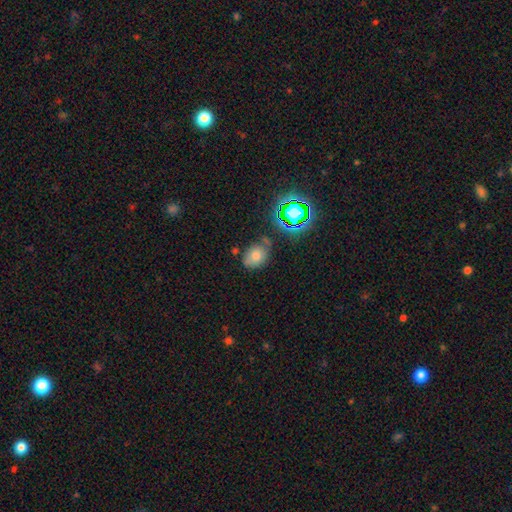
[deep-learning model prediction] smooth-or-featured: smooth: 69% | star or artifact: 18% | featured or disk: 13%
  how-rounded: in between: 72% | round: 26% | cigar-shaped: 1%
  merging: none: 63% | minor disturbance: 22% | merger: 8% | major disturbance: 6%